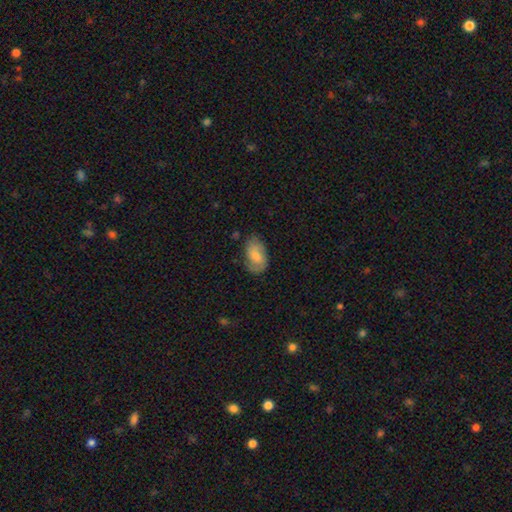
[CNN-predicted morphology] A smooth galaxy with no disk features (60%) that is in between round and cigar-shaped (91%). Merging: none (70%).